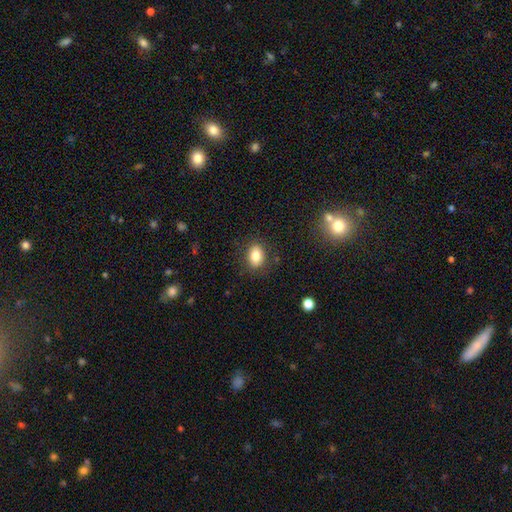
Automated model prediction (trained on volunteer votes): A smooth galaxy with no disk features (82%) that is in between round and cigar-shaped (72%). Merging: none (85%).